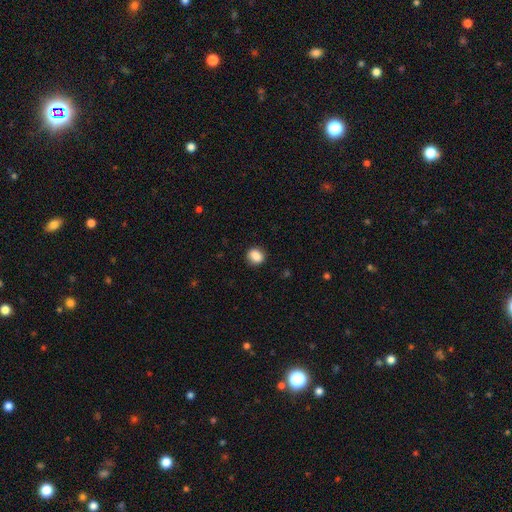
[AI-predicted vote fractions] Smooth or featured? smooth (87%)
How rounded? round (64%)
Merging? none (87%)